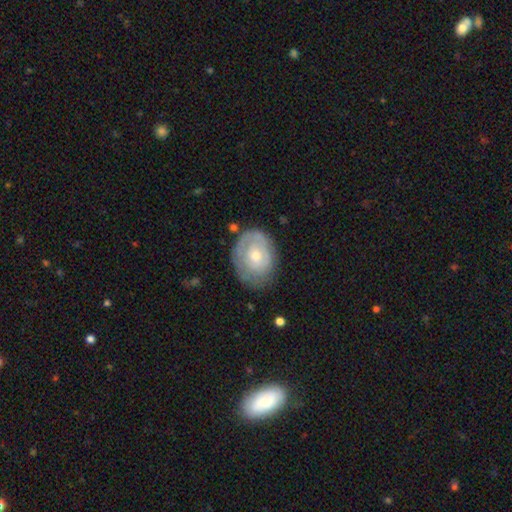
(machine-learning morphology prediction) Q: Smooth or featured?
A: featured or disk (54%); runner-up: smooth (40%)
Q: Edge-on disk?
A: no (95%); runner-up: yes (5%)
Q: Bar?
A: no (81%); runner-up: weak (17%)
Q: Spiral arms?
A: yes (55%); runner-up: no (45%)
Q: Bulge size?
A: moderate (52%); runner-up: small (42%)
Q: Merging?
A: none (64%); runner-up: minor disturbance (25%)